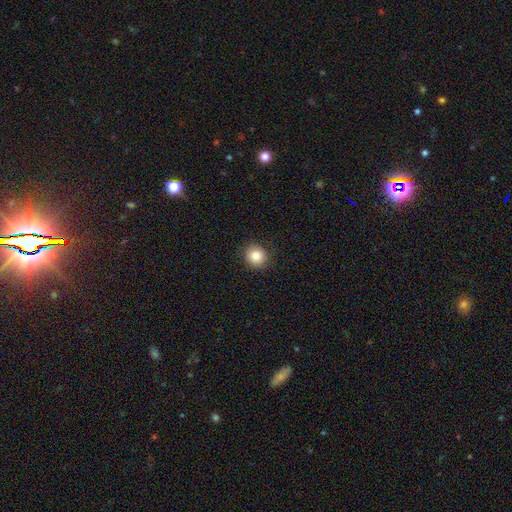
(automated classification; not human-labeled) Smooth or featured? smooth (84%)
How rounded? round (91%)
Merging? none (90%)